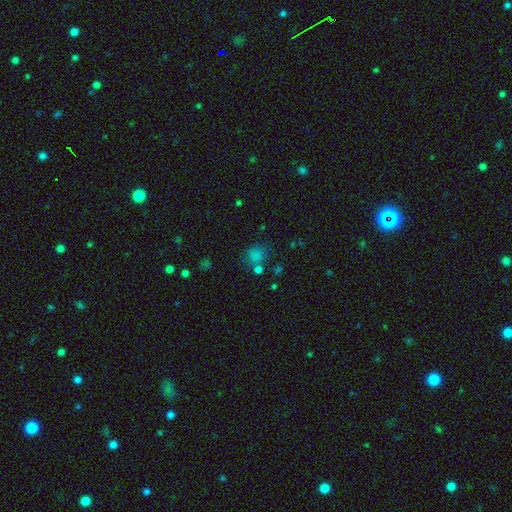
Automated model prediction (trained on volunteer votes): The model was most divided on "how rounded": round: 69%, in between: 30%, cigar-shaped: 1%. More confident: smooth or featured — smooth (73%); merging — none (61%).